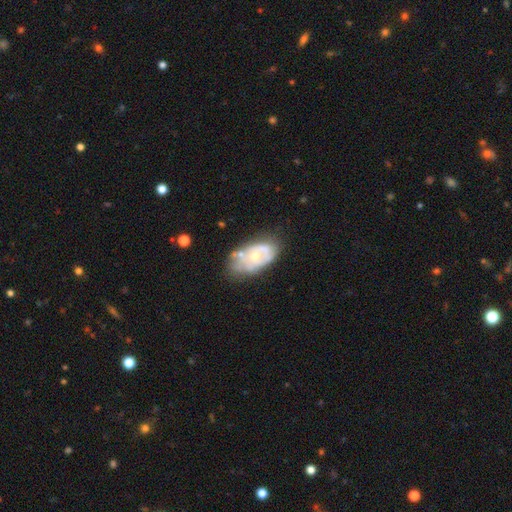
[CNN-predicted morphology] This appears to be a featured or disk galaxy (64%) with no bar (87%), no spiral arms (67%) and a moderate central bulge (58%). Merging: none (49%).